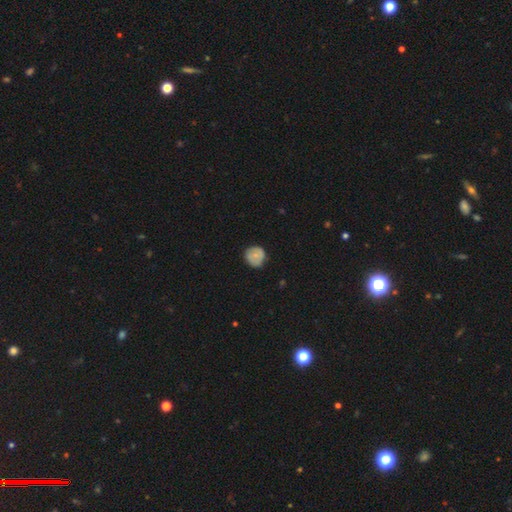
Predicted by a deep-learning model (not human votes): Q: Smooth or featured?
A: smooth (71%); runner-up: featured or disk (21%)
Q: How rounded?
A: round (90%); runner-up: in between (9%)
Q: Merging?
A: none (78%); runner-up: minor disturbance (17%)